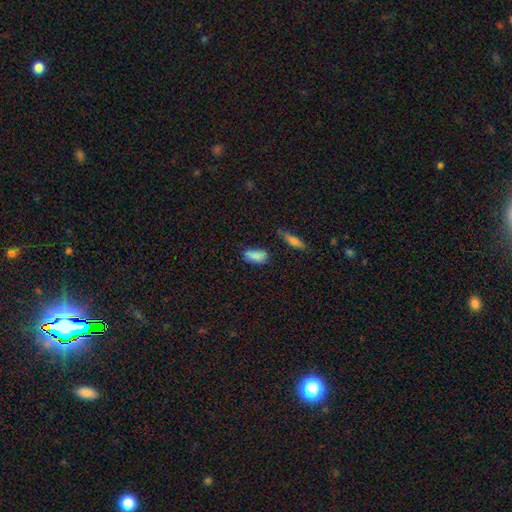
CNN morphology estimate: smooth-or-featured: smooth: 84% | star or artifact: 9% | featured or disk: 7%
  how-rounded: in between: 81% | cigar-shaped: 15% | round: 3%
  merging: none: 62% | minor disturbance: 27% | major disturbance: 6% | merger: 5%